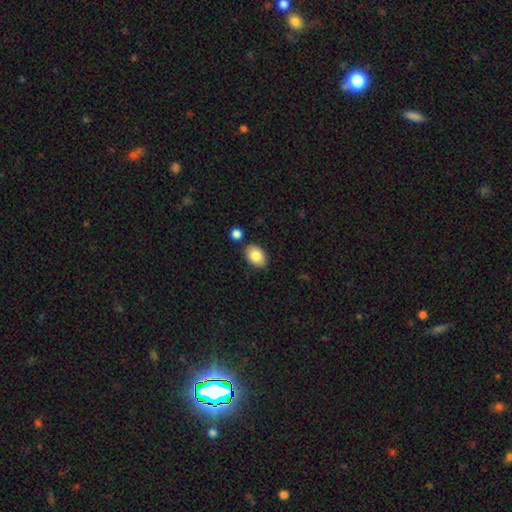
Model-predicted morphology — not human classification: A smooth galaxy with no disk features (84%) that is in between round and cigar-shaped (83%).

Vote fractions:
- Smooth or featured? smooth: 84% / featured or disk: 9% / star or artifact: 7%
- How rounded? in between: 83% / round: 16% / cigar-shaped: 1%
- Merging? none: 80% / minor disturbance: 11% / merger: 6% / major disturbance: 2%